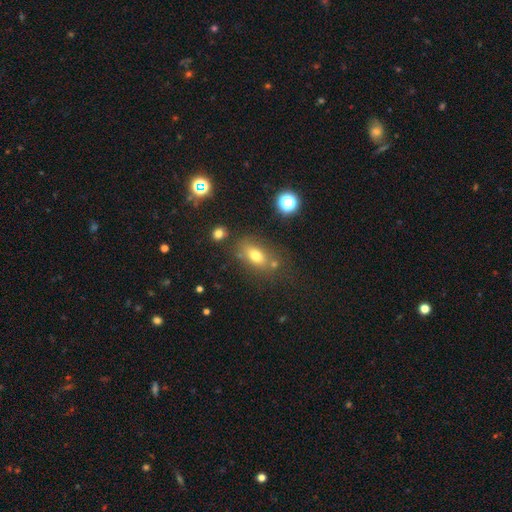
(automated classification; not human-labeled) Smooth or featured? Predicted: smooth (p=0.72). How rounded? Predicted: in between (p=0.77). Merging? Predicted: none (p=0.65).